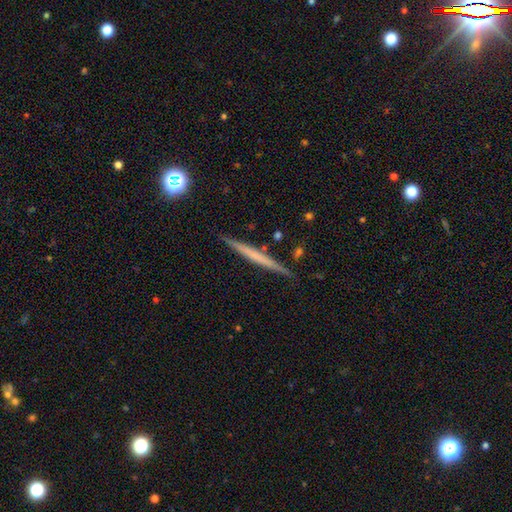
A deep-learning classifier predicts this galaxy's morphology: Smooth or featured: featured or disk — 52% (smooth — 42%)
Edge-on disk: yes — 97% (no — 3%)
Edge-on bulge: none — 85% (rounded — 9%)
Merging: none — 89% (minor disturbance — 7%)